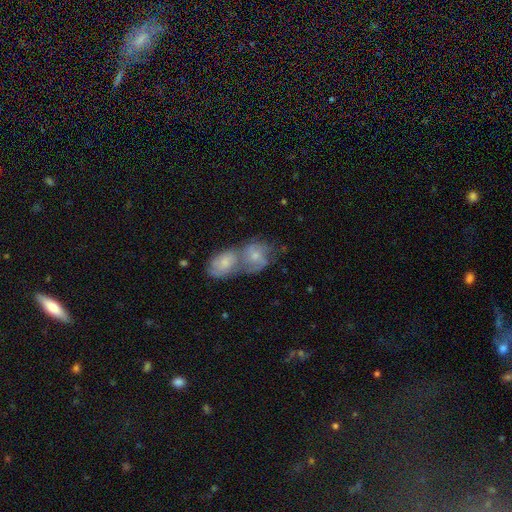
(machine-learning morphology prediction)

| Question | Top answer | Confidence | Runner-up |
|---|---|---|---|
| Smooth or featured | smooth | 48% | featured or disk (44%) |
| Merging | merger | 72% | none (16%) |